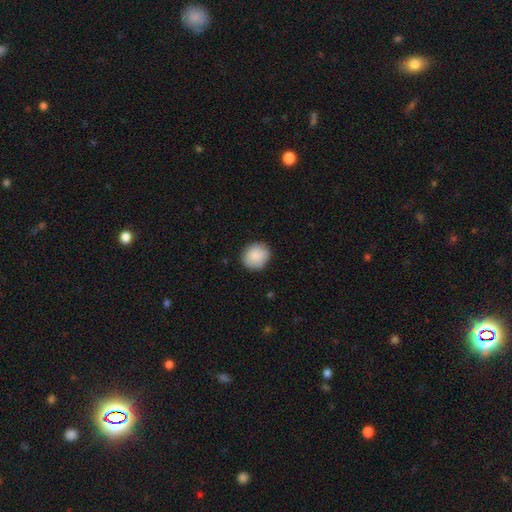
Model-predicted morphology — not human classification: smooth_or_featured: smooth (p=0.88) [alt: star or artifact p=0.06]
how_rounded: round (p=0.82) [alt: in between p=0.17]
merging: none (p=0.87) [alt: minor disturbance p=0.10]